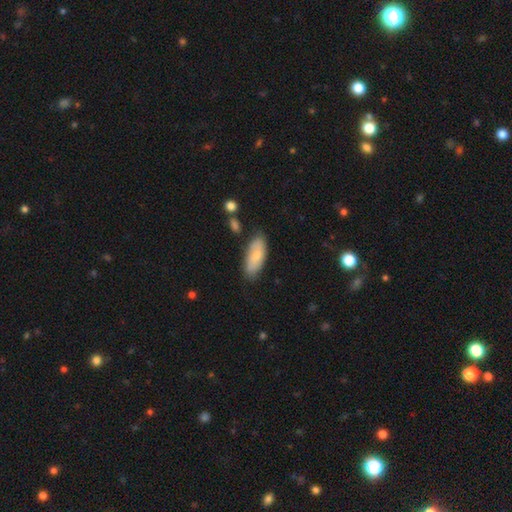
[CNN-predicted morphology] The model was most divided on "smooth or featured": smooth: 75%, featured or disk: 19%, star or artifact: 6%. More confident: how rounded — in between (79%); merging — none (77%).